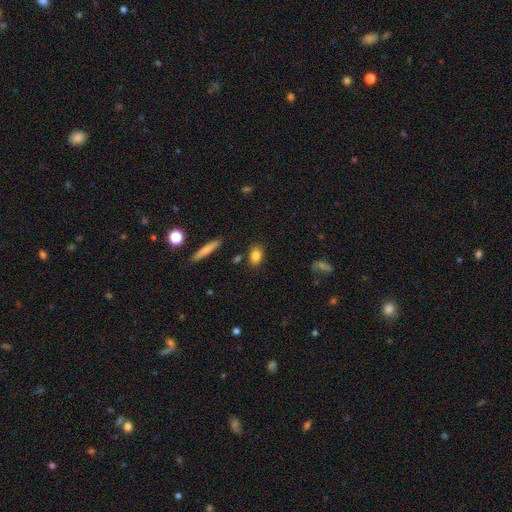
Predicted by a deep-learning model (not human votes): This is clearly a smooth galaxy (83%). How rounded: clearly in between (81%). Merging: clearly none (84%).